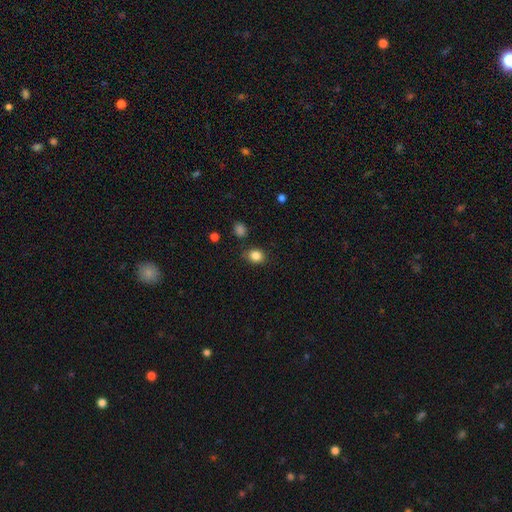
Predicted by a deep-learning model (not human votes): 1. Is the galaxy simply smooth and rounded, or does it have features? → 85% smooth, 11% star or artifact, 4% featured or disk.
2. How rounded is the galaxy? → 62% round, 38% in between, 1% cigar-shaped.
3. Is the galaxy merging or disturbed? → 82% none, 13% minor disturbance, 3% major disturbance, 3% merger.